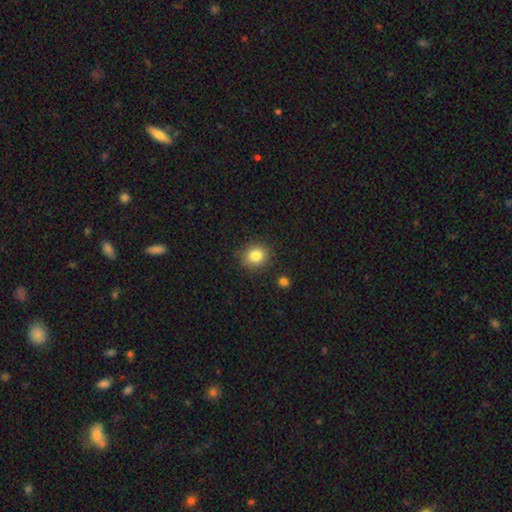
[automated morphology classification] The model was most divided on "how rounded": round: 84%, in between: 15%, cigar-shaped: 1%. More confident: merging — none (87%); smooth or featured — smooth (84%).